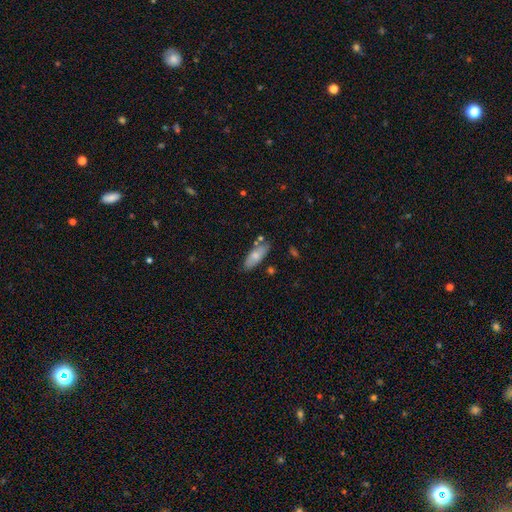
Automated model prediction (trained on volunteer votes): Smooth or featured?
  - smooth: 74% *
  - featured or disk: 19%
  - star or artifact: 6%
How rounded?
  - in between: 71% *
  - cigar-shaped: 27%
  - round: 2%
Merging?
  - none: 75% *
  - minor disturbance: 16%
  - merger: 6%
  - major disturbance: 3%